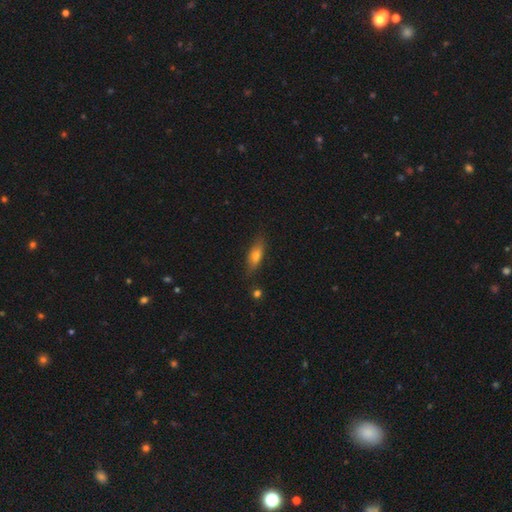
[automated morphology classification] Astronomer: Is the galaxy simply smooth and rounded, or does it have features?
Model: smooth — 68%.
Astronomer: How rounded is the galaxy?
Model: in between — 62%.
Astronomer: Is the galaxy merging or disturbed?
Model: none — 79%.